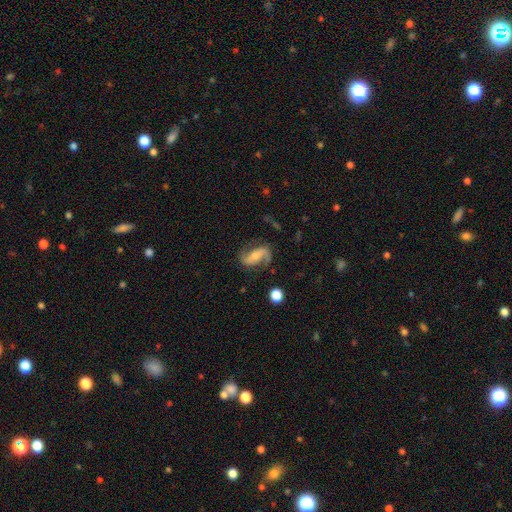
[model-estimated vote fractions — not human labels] Smooth or featured: featured or disk — 82% (smooth — 12%)
Edge-on disk: no — 96% (yes — 4%)
Bar: no — 35% (weak — 33%)
Spiral arms: yes — 95% (no — 5%)
Spiral winding: loose — 50% (medium — 37%)
Spiral arm count: 2 — 91% (1 — 3%)
Bulge size: small — 43% (moderate — 36%)
Merging: none — 73% (minor disturbance — 15%)